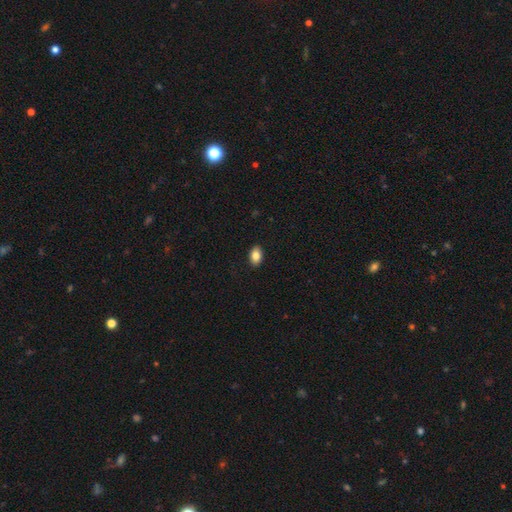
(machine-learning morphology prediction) type=smooth (85%); roundness=in between (89%); merging=none (90%).